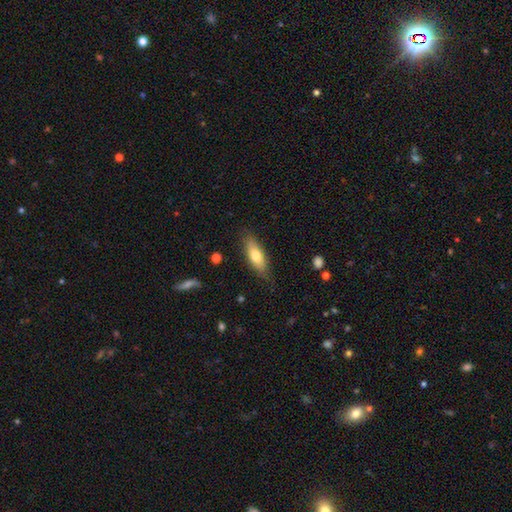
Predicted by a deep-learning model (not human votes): Q: Smooth or featured?
A: smooth (71%); runner-up: featured or disk (23%)
Q: How rounded?
A: in between (57%); runner-up: cigar-shaped (41%)
Q: Merging?
A: none (81%); runner-up: minor disturbance (15%)